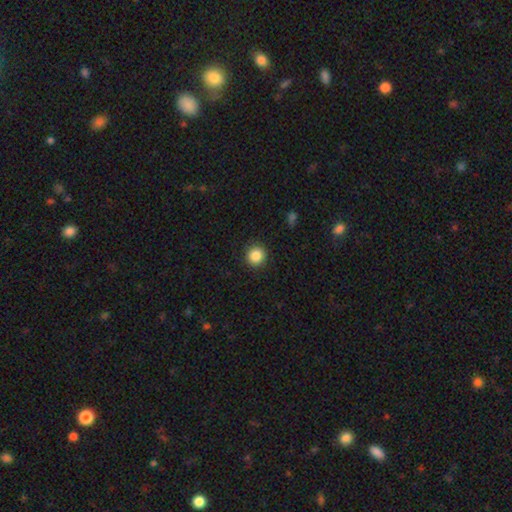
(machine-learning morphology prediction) Smooth or featured?
  - smooth: 86% *
  - star or artifact: 10%
  - featured or disk: 4%
How rounded?
  - round: 93% *
  - in between: 6%
  - cigar-shaped: 1%
Merging?
  - none: 91% *
  - minor disturbance: 6%
  - major disturbance: 2%
  - merger: 1%